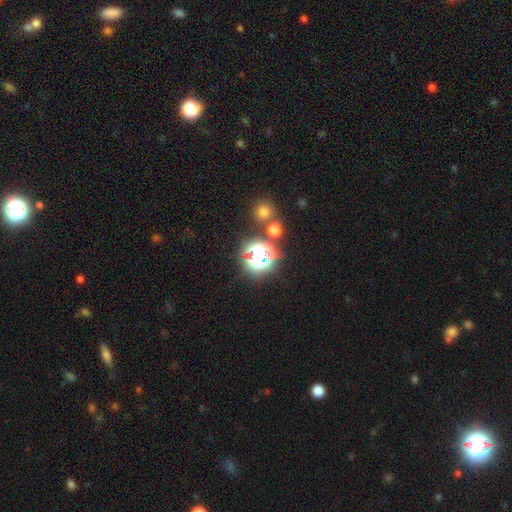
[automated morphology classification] This appears to be a star or artifact, not a galaxy (56%).